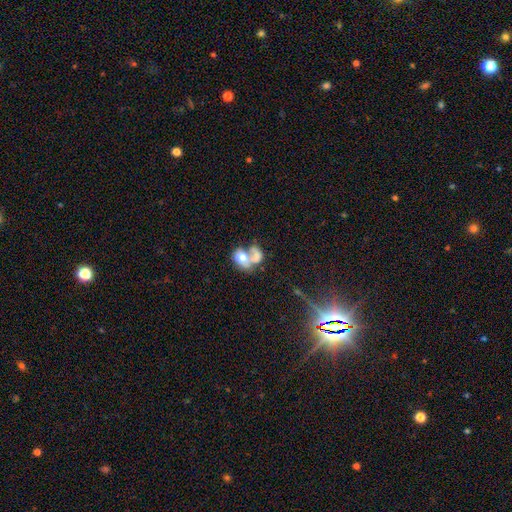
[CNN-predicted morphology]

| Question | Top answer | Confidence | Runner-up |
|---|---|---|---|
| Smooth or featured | smooth | 53% | featured or disk (36%) |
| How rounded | in between | 59% | round (39%) |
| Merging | merger | 68% | none (14%) |